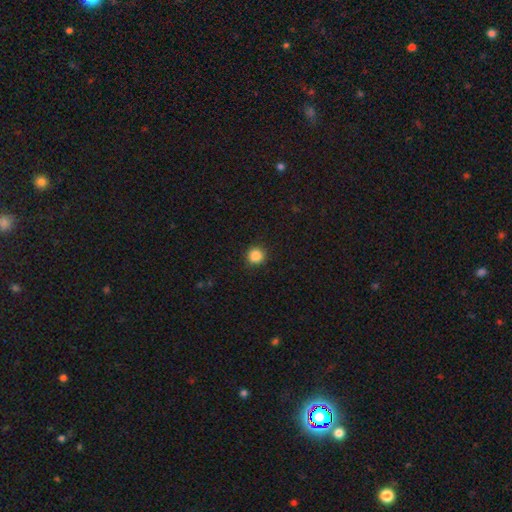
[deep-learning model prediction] Overall: smooth (87%). How rounded: round (94%). Merging: none (92%).